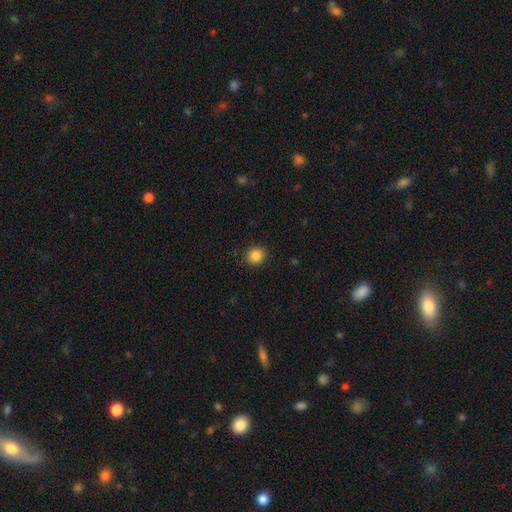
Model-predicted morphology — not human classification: This is clearly a smooth galaxy (85%). How rounded: clearly round (85%). Merging: clearly none (91%).